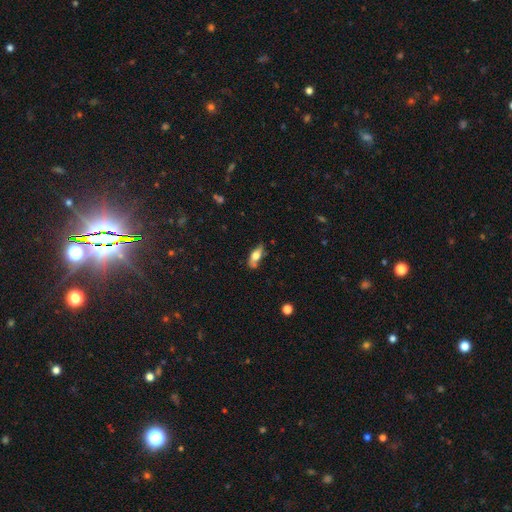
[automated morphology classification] type=smooth (58%); roundness=in between (70%); merging=none (69%).